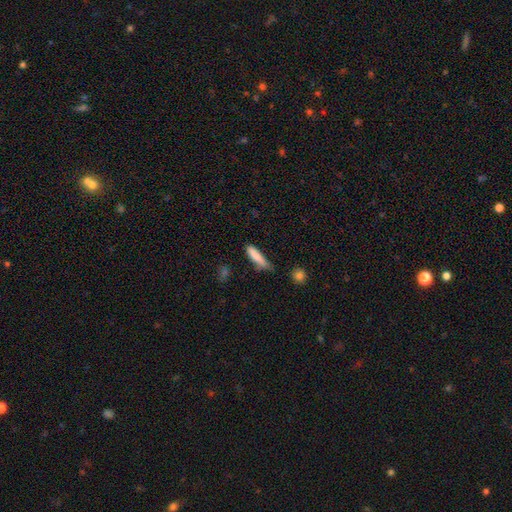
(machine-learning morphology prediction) The model was most divided on "merging": none: 58%, minor disturbance: 31%, major disturbance: 7%, merger: 4%. More confident: smooth or featured — smooth (83%); how rounded — cigar-shaped (78%).